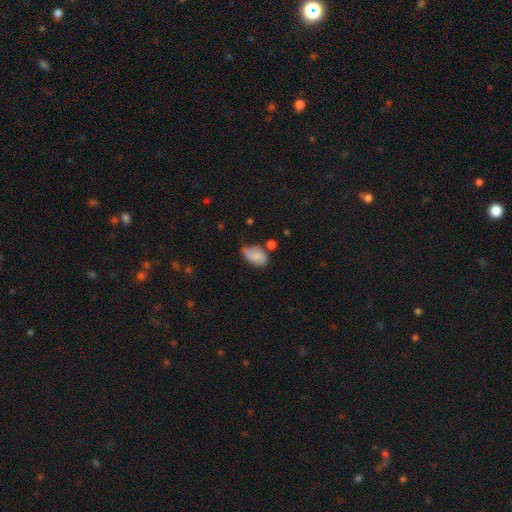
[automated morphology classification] smooth-or-featured: smooth: 72% | featured or disk: 20% | star or artifact: 8%
  how-rounded: in between: 89% | round: 9% | cigar-shaped: 2%
  merging: none: 46% | minor disturbance: 37% | major disturbance: 9% | merger: 8%